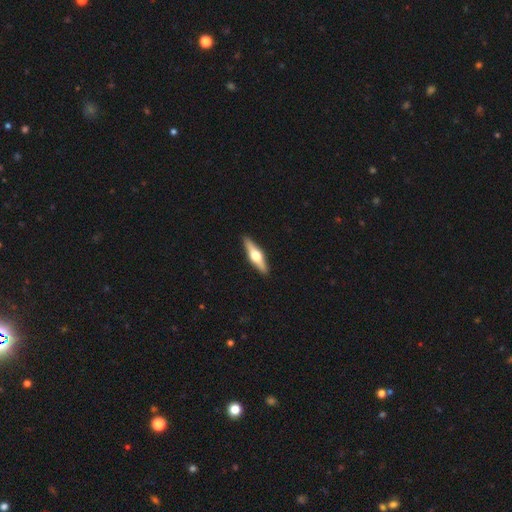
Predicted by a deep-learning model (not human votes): Smooth or featured: featured or disk — 66% (smooth — 29%)
Edge-on disk: yes — 96% (no — 4%)
Edge-on bulge: rounded — 96% (boxy — 3%)
Merging: none — 92% (minor disturbance — 6%)